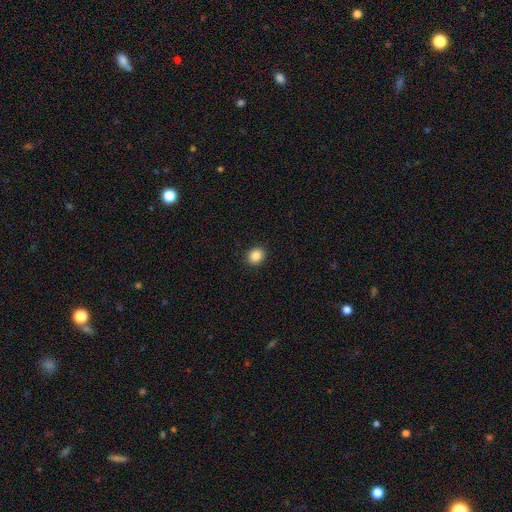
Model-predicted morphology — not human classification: This appears to be a smooth galaxy with no disk features (87%) that is round (74%). Merging: none (92%).